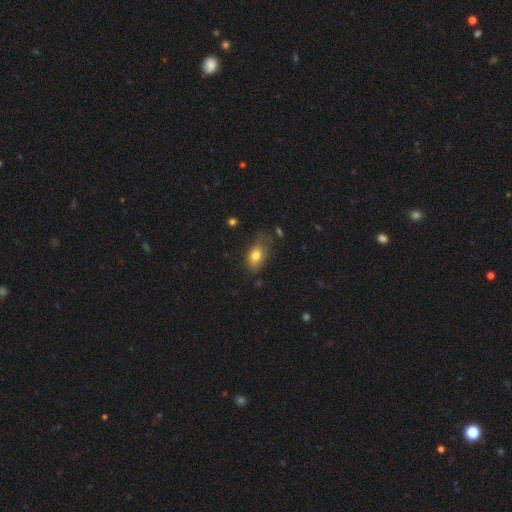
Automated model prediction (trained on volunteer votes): This appears to be a smooth galaxy with no disk features (78%) that is in between round and cigar-shaped (84%). Merging: none (51%).